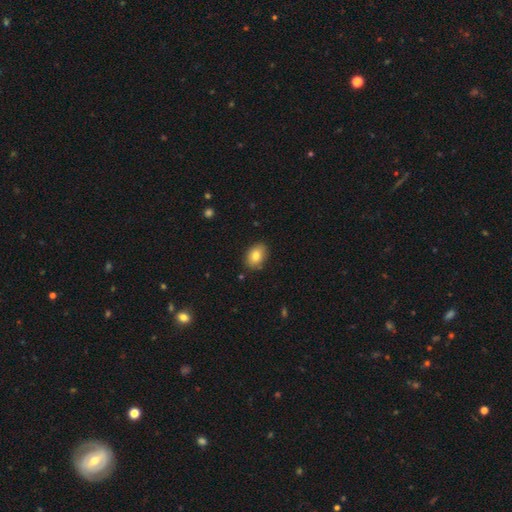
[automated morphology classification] The model was most divided on "how rounded": in between: 78%, round: 21%, cigar-shaped: 1%. More confident: merging — none (85%); smooth or featured — smooth (82%).